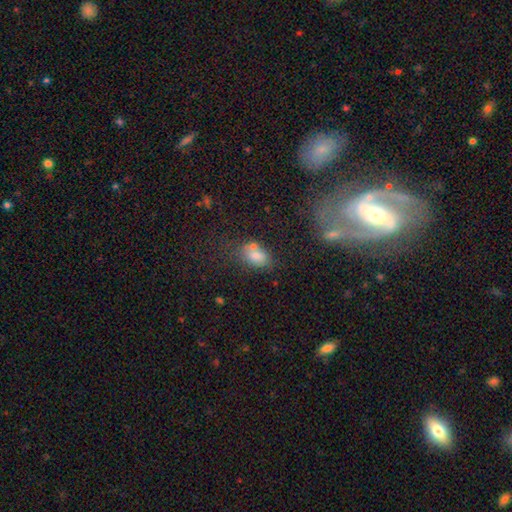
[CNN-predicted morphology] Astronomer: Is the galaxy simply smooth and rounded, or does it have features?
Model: smooth — 72%.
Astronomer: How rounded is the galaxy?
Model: in between — 77%.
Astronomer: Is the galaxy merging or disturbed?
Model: none — 46% (runner-up: merger, 30%).